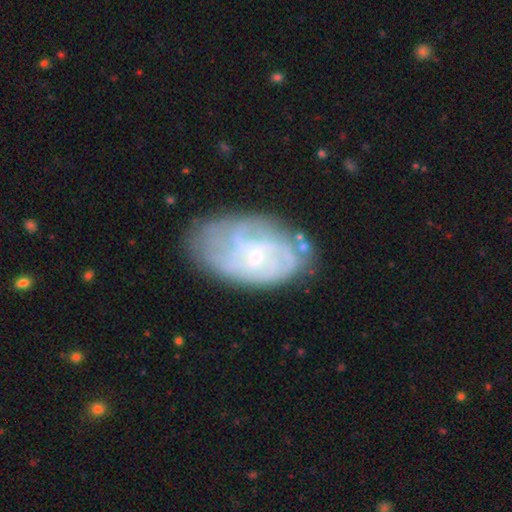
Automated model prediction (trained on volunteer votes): A featured or disk galaxy (71%) with no bar (62%), tight (53%) spiral arms (83%) and a small central bulge (72%). Merging: none (65%).